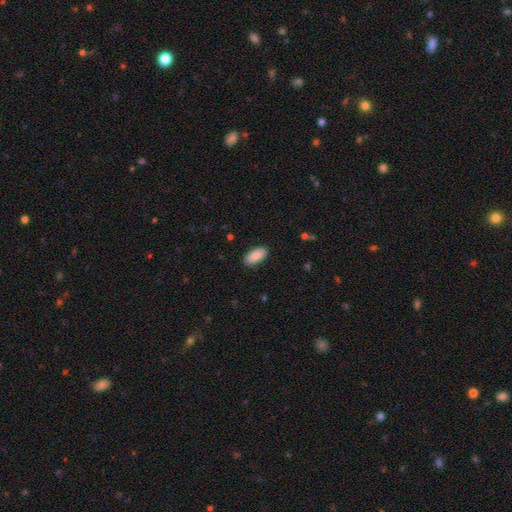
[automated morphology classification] type=smooth (87%); roundness=in between (93%); merging=none (88%).